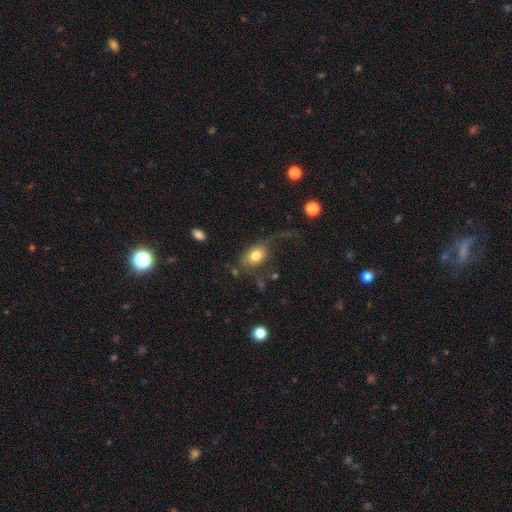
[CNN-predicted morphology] This is likely a smooth galaxy (76%). How rounded: clearly in between (81%). Merging: possibly none (47%).